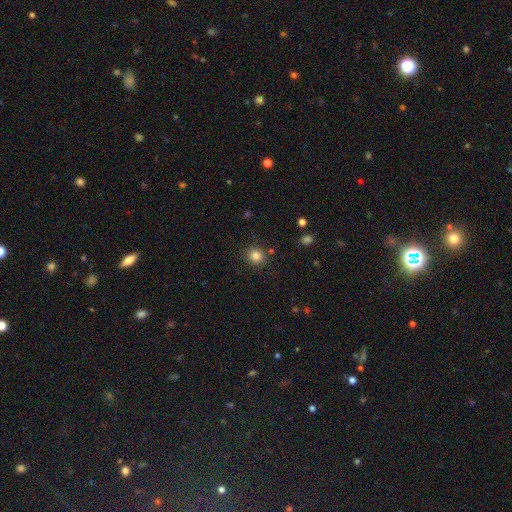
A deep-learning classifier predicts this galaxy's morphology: A smooth galaxy with no disk features (83%) that is round (88%). Merging: none (87%).